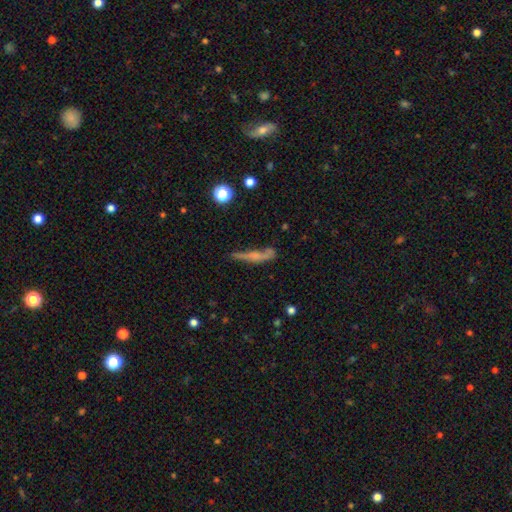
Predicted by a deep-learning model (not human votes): Morphology: type=smooth (45%); merging=none (54%).